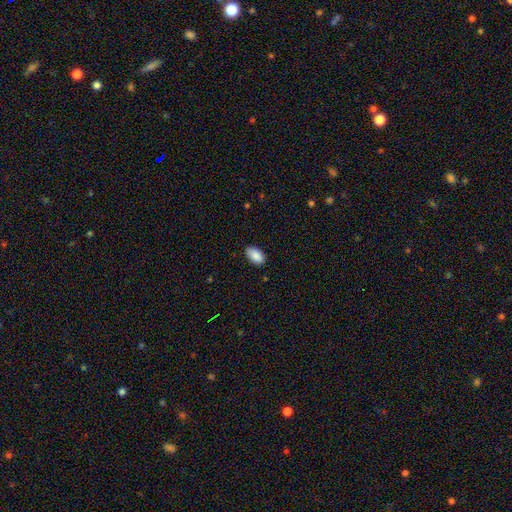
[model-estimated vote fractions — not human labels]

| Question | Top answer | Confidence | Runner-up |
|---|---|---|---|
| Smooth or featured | smooth | 89% | star or artifact (7%) |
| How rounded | in between | 95% | round (4%) |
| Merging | none | 86% | minor disturbance (11%) |